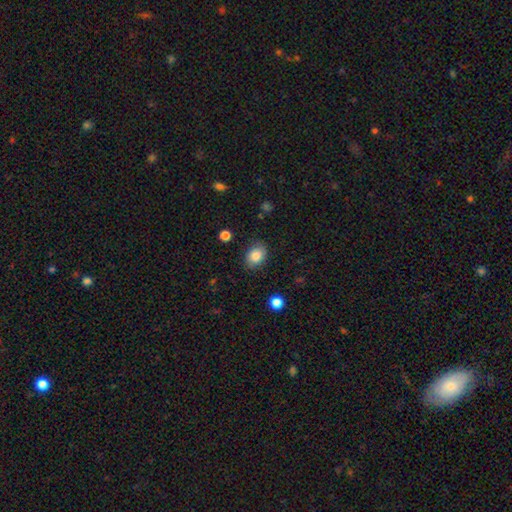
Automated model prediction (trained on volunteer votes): Overall: smooth (85%). How rounded: in between (68%; round 31%). Merging: none (81%).